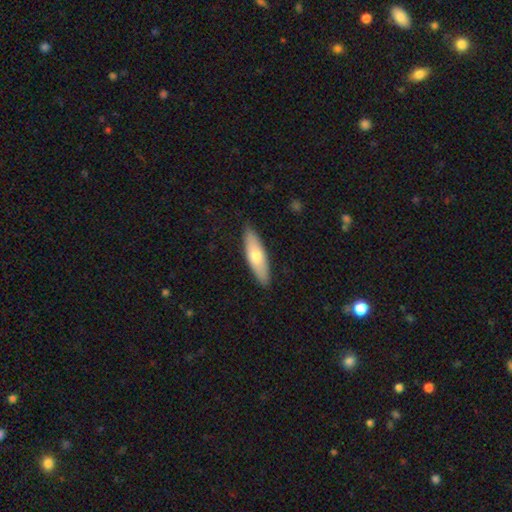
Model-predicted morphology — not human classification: A smooth galaxy with no disk features (66%) that is cigar-shaped (54%). Merging: none (88%).